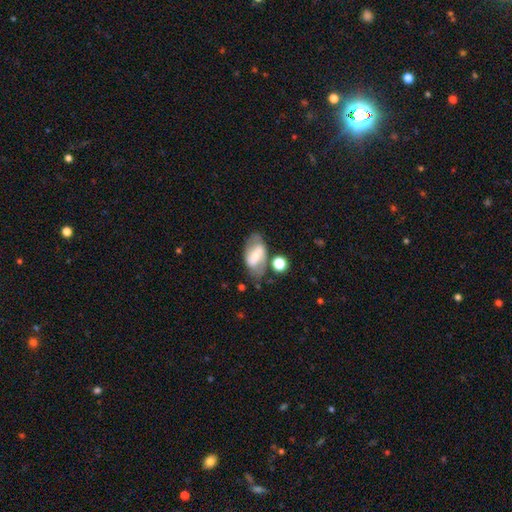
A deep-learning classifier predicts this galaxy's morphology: Overall: featured or disk (59%; smooth 33%). Edge-on disk: no (93%). Bar: strong (53%; weak 31%). Spiral arms: yes (66%; no 34%). Bulge size: small (49%; moderate 38%). Merging: none (64%).